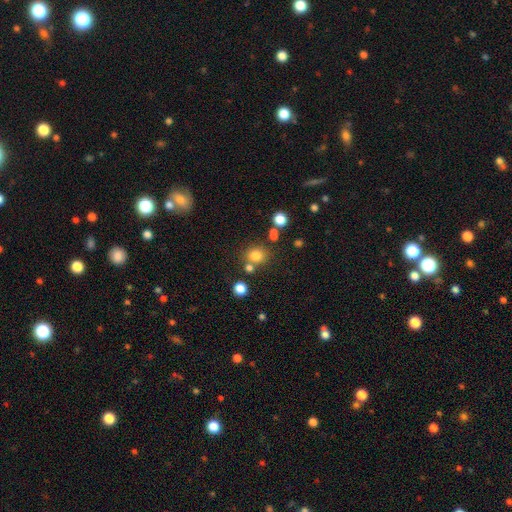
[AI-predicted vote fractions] smooth_or_featured: smooth (p=0.77) [alt: star or artifact p=0.15]
how_rounded: round (p=0.81) [alt: in between p=0.18]
merging: none (p=0.70) [alt: merger p=0.16]